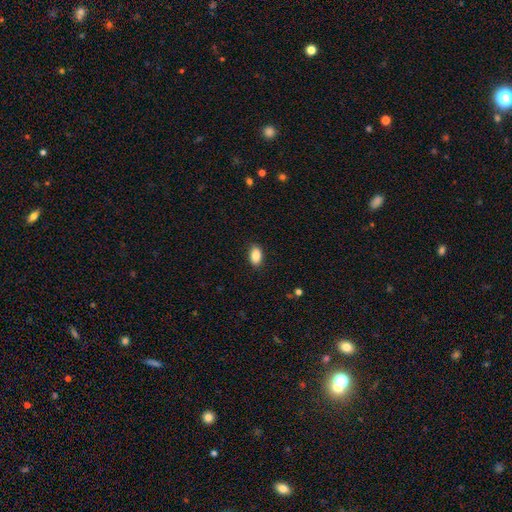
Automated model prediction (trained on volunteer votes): The model was most divided on "merging": none: 88%, minor disturbance: 9%, major disturbance: 2%, merger: 1%. More confident: how rounded — in between (91%); smooth or featured — smooth (87%).